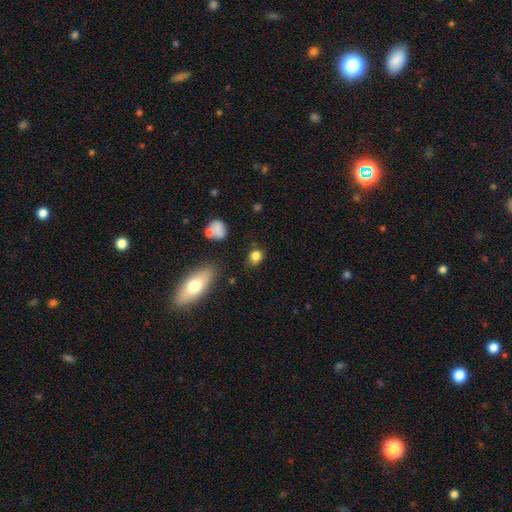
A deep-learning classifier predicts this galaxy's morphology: Smooth or featured? Predicted: smooth (p=0.81). How rounded? Predicted: round (p=0.53). Merging? Predicted: none (p=0.70).